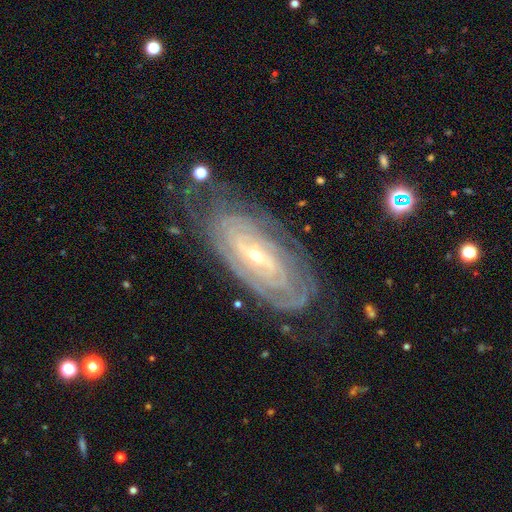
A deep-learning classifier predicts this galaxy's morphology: Overall: featured or disk (86%). Edge-on disk: no (92%). Bar: no (41%; weak 36%). Spiral arms: yes (93%). Spiral arm count: can't tell (47%; 2 18%). Spiral winding: tight (80%). Bulge size: small (73%). Merging: none (71%).